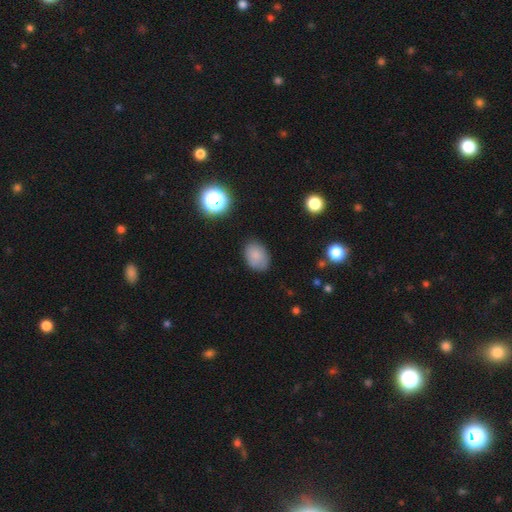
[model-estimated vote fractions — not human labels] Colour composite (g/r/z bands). It shows a smooth galaxy with no disk features (80%) that is in between round and cigar-shaped (76%). Merging: none (80%).